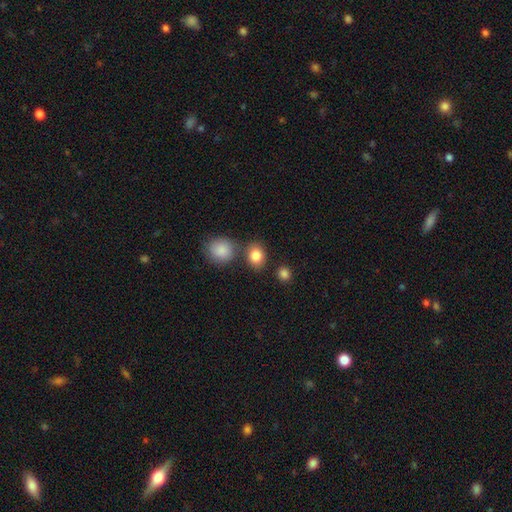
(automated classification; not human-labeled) Morphology: type=smooth (84%); roundness=round (53%); merging=none (69%).